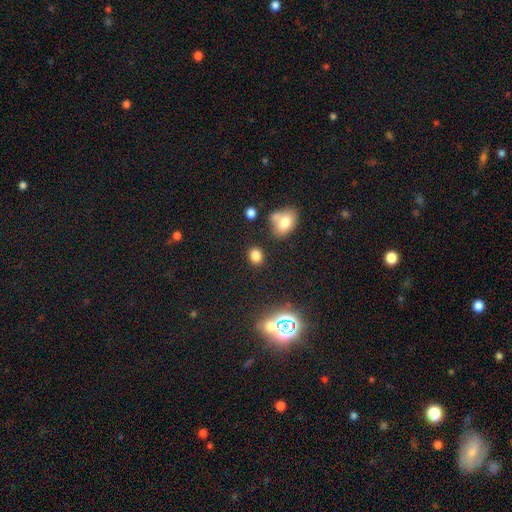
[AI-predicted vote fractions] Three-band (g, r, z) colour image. It shows a smooth galaxy with no disk features (80%) that is round (52%). Merging: none (83%).